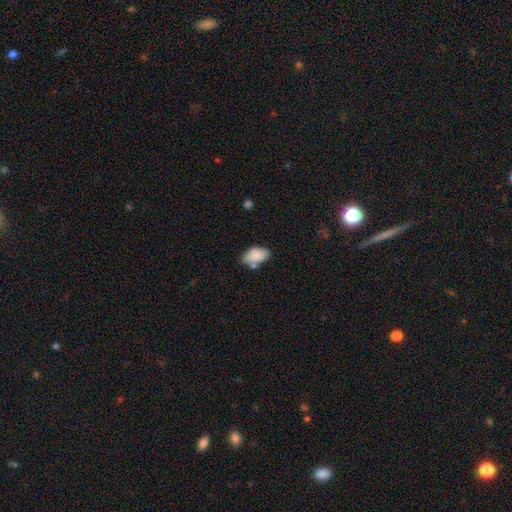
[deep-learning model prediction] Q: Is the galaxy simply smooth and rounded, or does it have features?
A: smooth — 83%.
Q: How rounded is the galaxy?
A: in between — 92%.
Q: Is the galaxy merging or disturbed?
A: none — 54%.